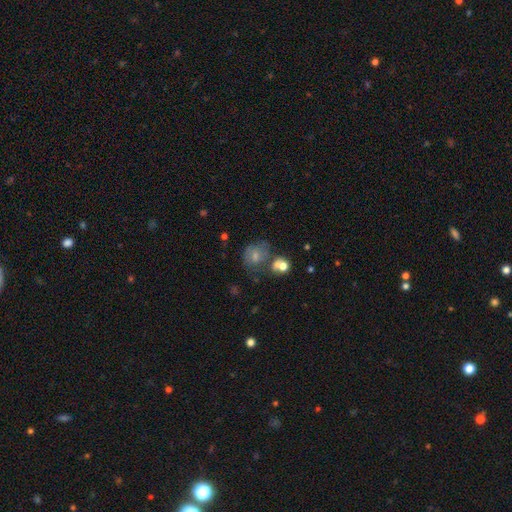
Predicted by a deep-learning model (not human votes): The model was most divided on "smooth or featured": smooth: 43%, star or artifact: 33%, featured or disk: 24%. More confident: merging — none (59%).